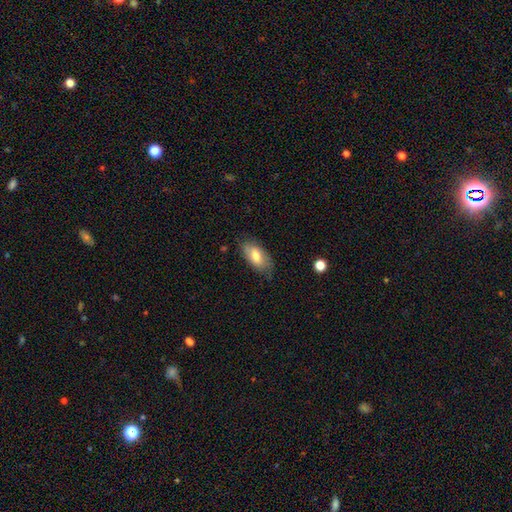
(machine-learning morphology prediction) type=smooth (69%); roundness=in between (92%); merging=none (72%).